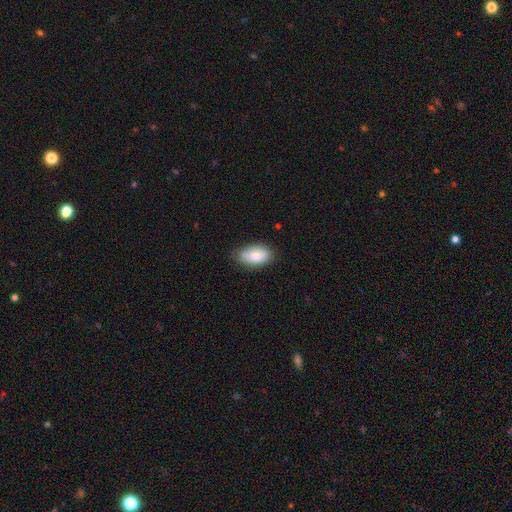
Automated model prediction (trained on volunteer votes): Smooth or featured?
  - smooth: 82% *
  - featured or disk: 11%
  - star or artifact: 6%
How rounded?
  - in between: 93% *
  - round: 4%
  - cigar-shaped: 2%
Merging?
  - none: 79% *
  - minor disturbance: 17%
  - major disturbance: 3%
  - merger: 1%